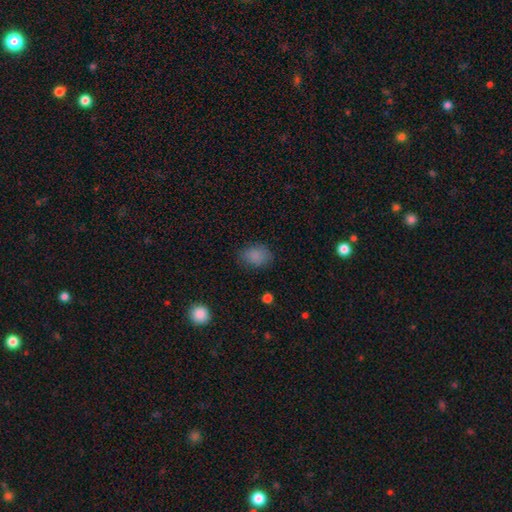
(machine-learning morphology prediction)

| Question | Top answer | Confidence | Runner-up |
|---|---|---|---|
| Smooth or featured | smooth | 84% | star or artifact (11%) |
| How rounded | in between | 71% | round (28%) |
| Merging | none | 75% | minor disturbance (19%) |